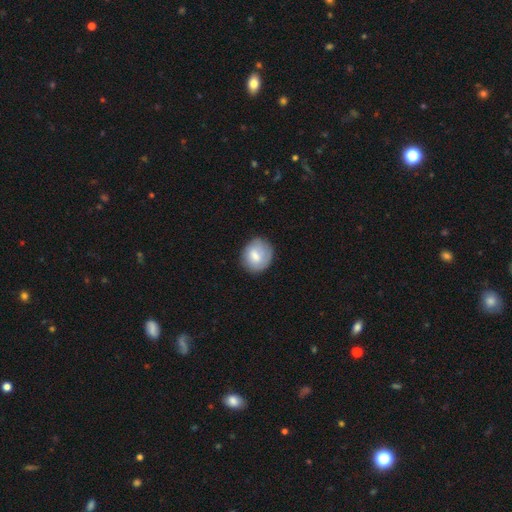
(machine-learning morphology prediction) Q: Smooth or featured?
A: smooth (73%); runner-up: featured or disk (20%)
Q: How rounded?
A: round (71%); runner-up: in between (28%)
Q: Merging?
A: none (72%); runner-up: minor disturbance (20%)